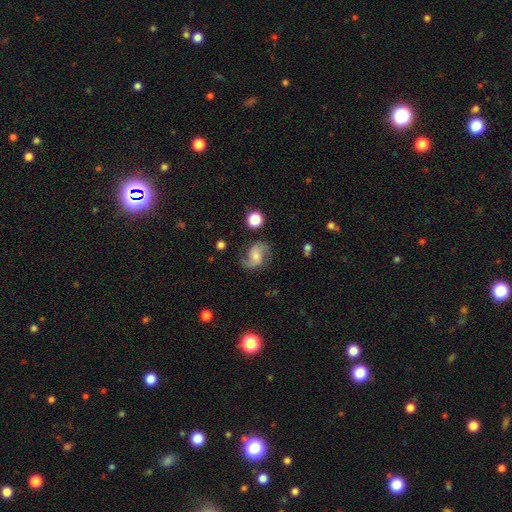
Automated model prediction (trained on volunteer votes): smooth_or_featured: featured or disk (p=0.80) [alt: smooth p=0.13]
disk_edge_on: no (p=0.98) [alt: yes p=0.02]
bar: no (p=0.54) [alt: weak p=0.37]
has_spiral_arms: yes (p=0.96) [alt: no p=0.04]
spiral_winding: loose (p=0.47) [alt: medium p=0.42]
spiral_arm_count: 2 (p=0.91) [alt: can't tell p=0.03]
bulge_size: moderate (p=0.46) [alt: small p=0.40]
merging: none (p=0.75) [alt: minor disturbance p=0.16]